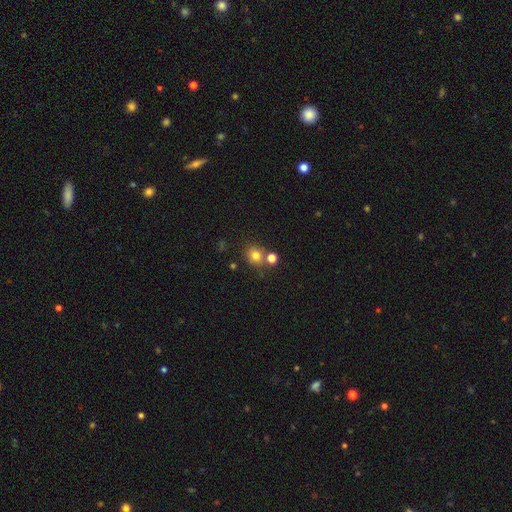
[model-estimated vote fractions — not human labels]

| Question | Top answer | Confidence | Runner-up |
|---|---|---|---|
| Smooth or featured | smooth | 76% | star or artifact (15%) |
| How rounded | round | 76% | in between (23%) |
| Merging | none | 66% | merger (20%) |